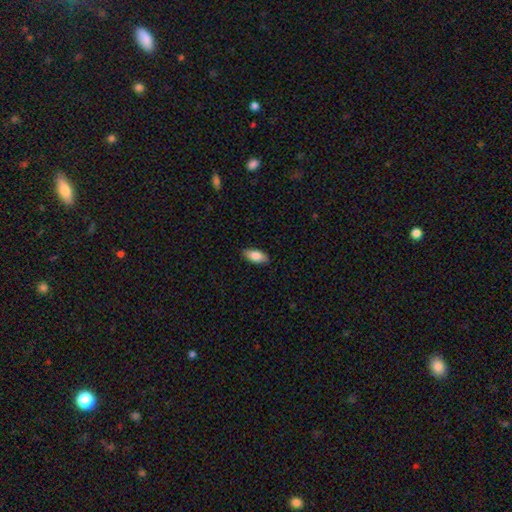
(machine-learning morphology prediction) Q: Smooth or featured?
A: smooth (83%); runner-up: featured or disk (11%)
Q: How rounded?
A: in between (89%); runner-up: cigar-shaped (8%)
Q: Merging?
A: none (87%); runner-up: minor disturbance (10%)